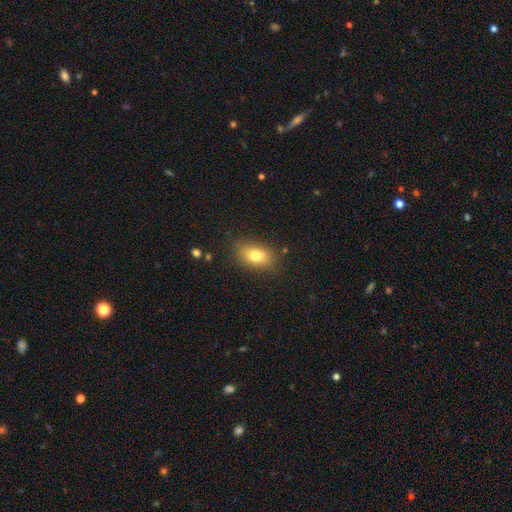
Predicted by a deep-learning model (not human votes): Morphology: type=smooth (77%); roundness=in between (85%); merging=none (81%).